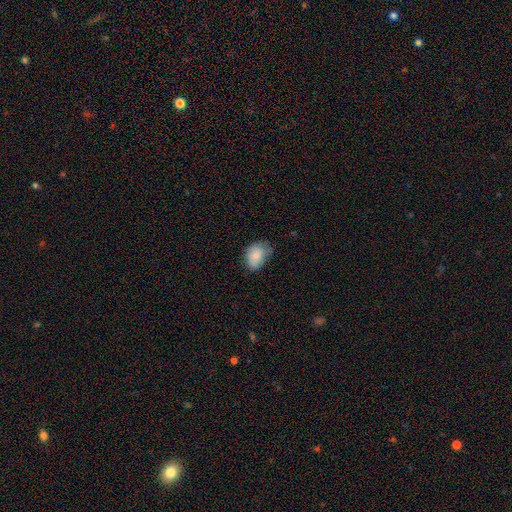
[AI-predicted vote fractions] smooth 81%, featured or disk 11%, star or artifact 8%. Down the decision tree: how rounded — in between (73%); merging — none (50%).